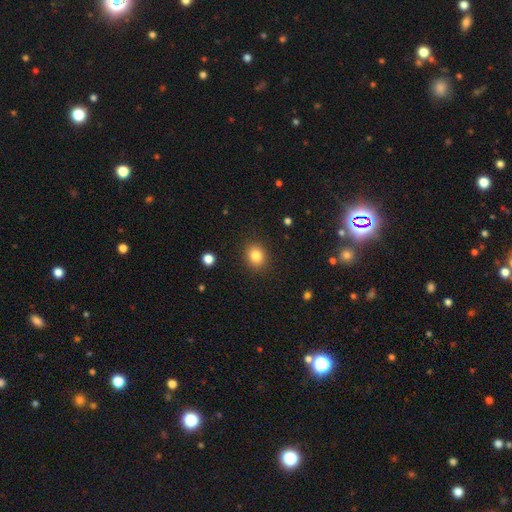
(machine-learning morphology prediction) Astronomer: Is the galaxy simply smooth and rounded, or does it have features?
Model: smooth — 83%.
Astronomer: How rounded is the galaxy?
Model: round — 69%.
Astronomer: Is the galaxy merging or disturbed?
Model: none — 89%.